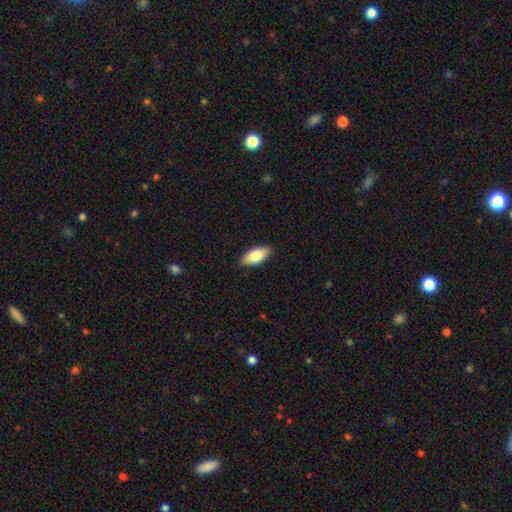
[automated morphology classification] Overall: smooth (78%). How rounded: in between (87%). Merging: none (89%).